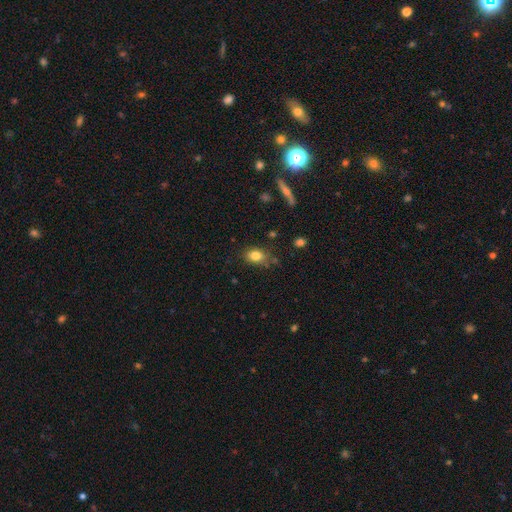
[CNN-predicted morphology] smooth_or_featured: smooth (p=0.81) [alt: star or artifact p=0.10]
how_rounded: in between (p=0.77) [alt: round p=0.21]
merging: none (p=0.76) [alt: minor disturbance p=0.17]